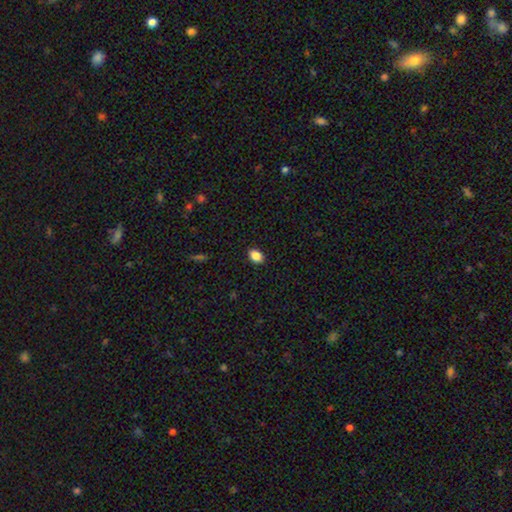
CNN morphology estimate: Smooth or featured?
  - smooth: 87% *
  - star or artifact: 9%
  - featured or disk: 4%
How rounded?
  - in between: 80% *
  - round: 19%
  - cigar-shaped: 1%
Merging?
  - none: 89% *
  - minor disturbance: 8%
  - major disturbance: 2%
  - merger: 1%